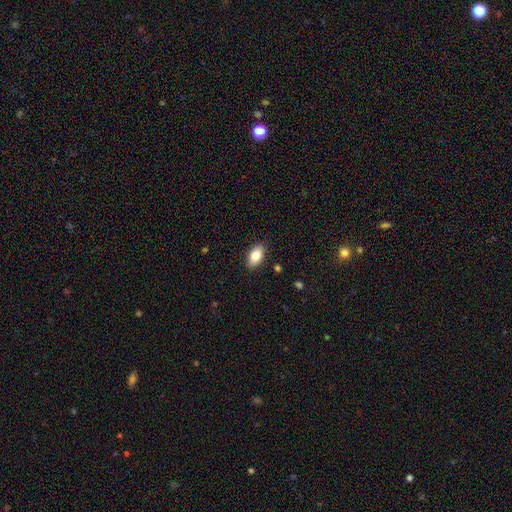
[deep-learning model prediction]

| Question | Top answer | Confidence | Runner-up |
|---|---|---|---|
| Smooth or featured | smooth | 85% | featured or disk (8%) |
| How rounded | in between | 92% | round (4%) |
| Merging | none | 88% | minor disturbance (9%) |